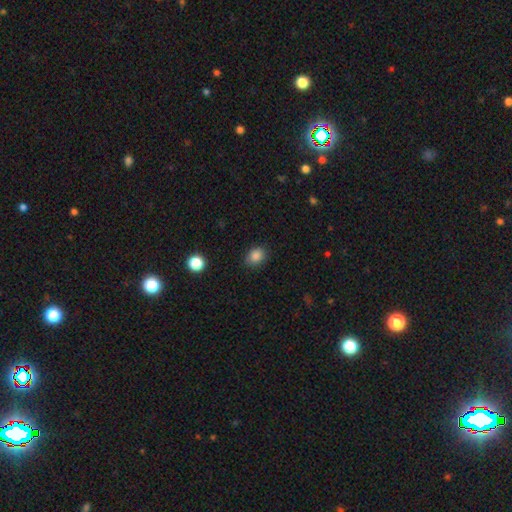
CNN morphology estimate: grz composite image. It shows a smooth galaxy with no disk features (85%) that is in between round and cigar-shaped (55%). Merging: none (83%).